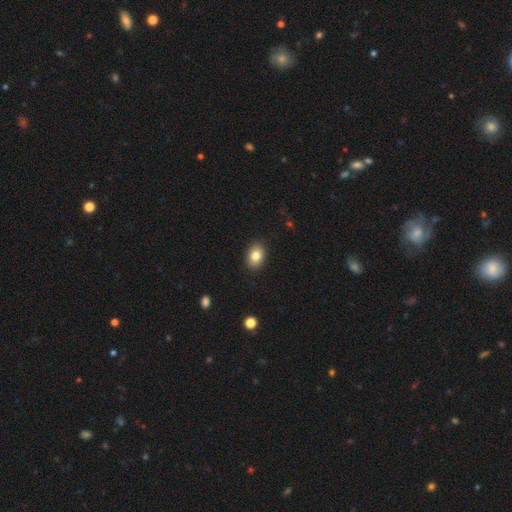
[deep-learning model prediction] smooth 83%, star or artifact 9%, featured or disk 8%. Down the decision tree: how rounded — in between (79%); merging — none (90%).